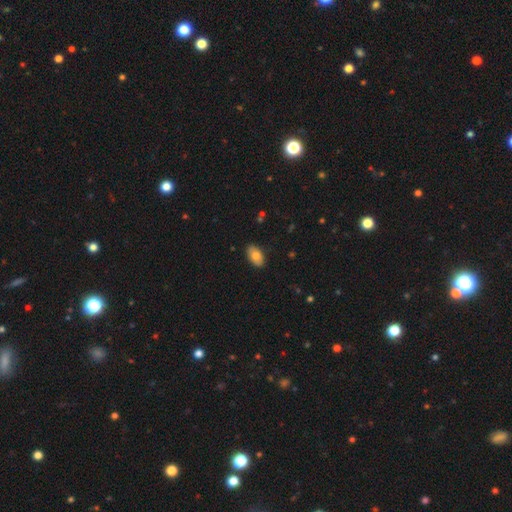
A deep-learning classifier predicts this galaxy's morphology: A smooth galaxy with no disk features (77%) that is in between round and cigar-shaped (94%). Merging: none (88%).